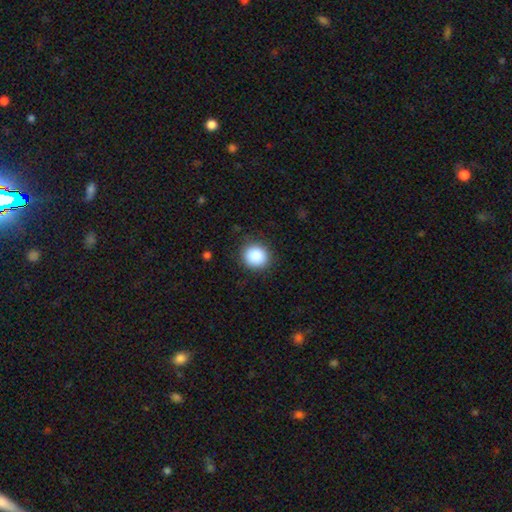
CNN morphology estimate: smooth_or_featured: smooth (p=0.88) [alt: star or artifact p=0.09]
how_rounded: round (p=0.84) [alt: in between p=0.15]
merging: none (p=0.88) [alt: minor disturbance p=0.09]